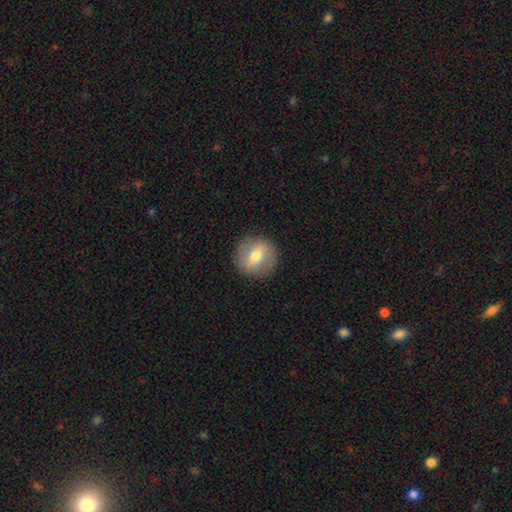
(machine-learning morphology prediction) smooth 56%, featured or disk 37%, star or artifact 8%. Down the decision tree: how rounded — round (85%); merging — none (87%).